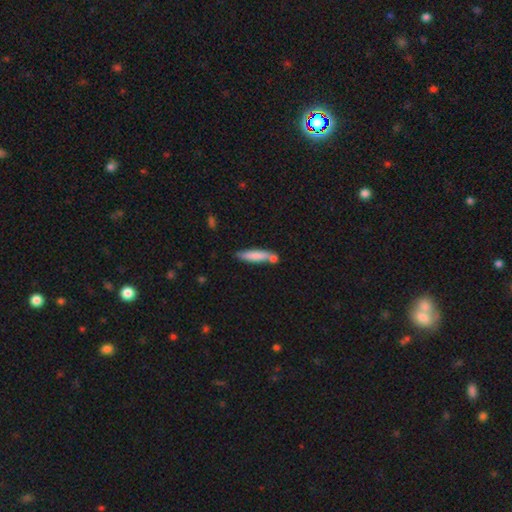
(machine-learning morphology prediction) type=smooth (75%); roundness=cigar-shaped (83%); merging=none (63%).